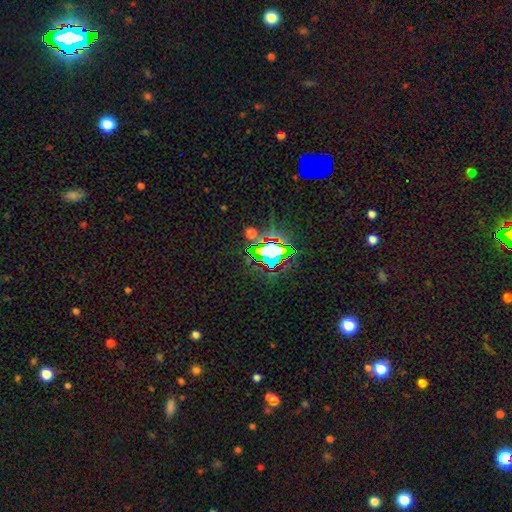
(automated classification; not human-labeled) The model was most divided on "smooth or featured": star or artifact: 79%, smooth: 11%, featured or disk: 9%.